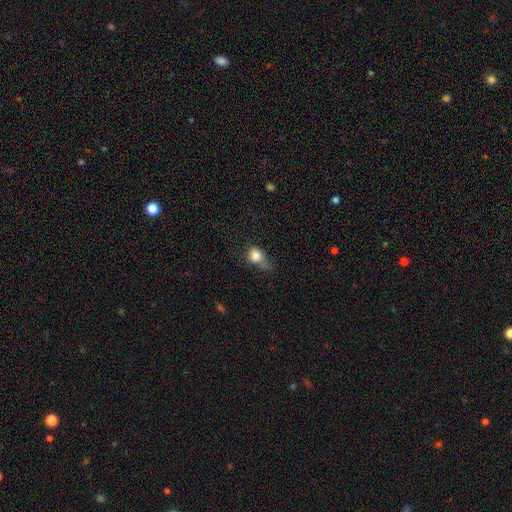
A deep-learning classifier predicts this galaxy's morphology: The model was most divided on "merging": minor disturbance: 37%, none: 30%, major disturbance: 27%, merger: 5%. More confident: smooth or featured — smooth (81%); how rounded — round (59%).